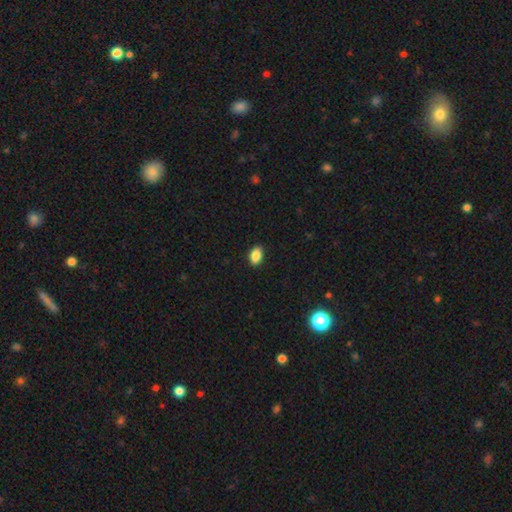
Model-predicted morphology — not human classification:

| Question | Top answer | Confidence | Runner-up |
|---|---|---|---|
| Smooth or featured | smooth | 88% | star or artifact (8%) |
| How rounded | in between | 87% | round (11%) |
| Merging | none | 88% | minor disturbance (9%) |